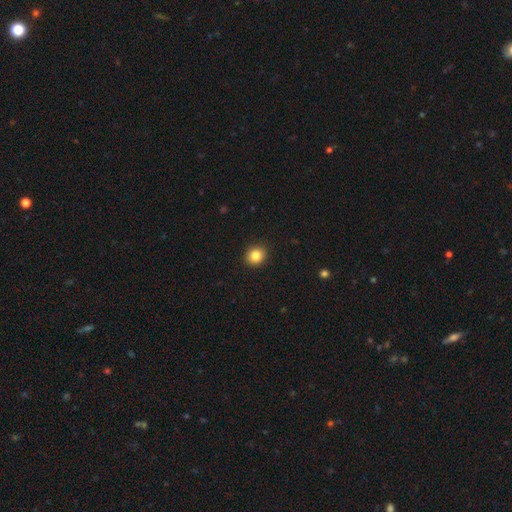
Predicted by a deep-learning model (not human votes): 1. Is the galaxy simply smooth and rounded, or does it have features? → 84% smooth, 10% star or artifact, 6% featured or disk.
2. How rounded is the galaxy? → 76% round, 23% in between, 1% cigar-shaped.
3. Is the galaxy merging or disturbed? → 91% none, 6% minor disturbance, 2% major disturbance, 1% merger.